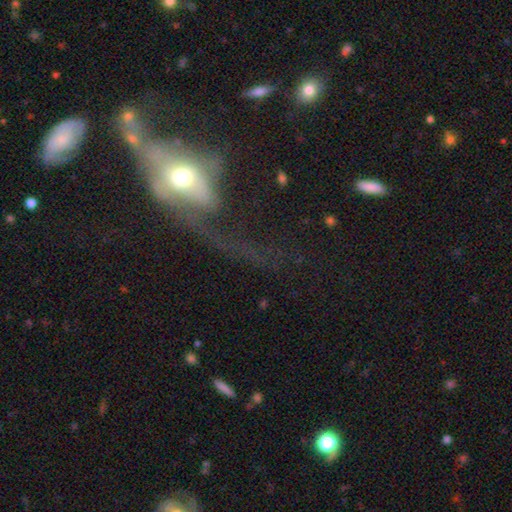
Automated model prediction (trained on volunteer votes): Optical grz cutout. It shows a featured or disk galaxy (56%). Merging: major disturbance (55%).